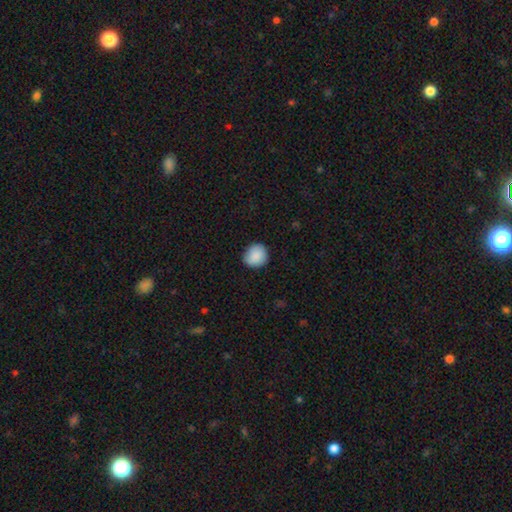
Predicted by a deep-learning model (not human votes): This is clearly a smooth galaxy (89%). How rounded: clearly round (86%). Merging: clearly none (86%).